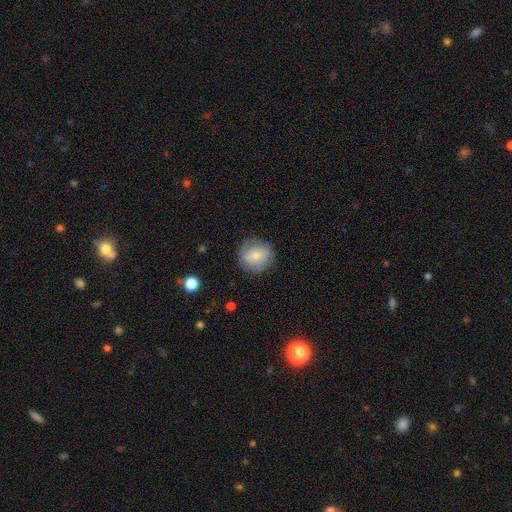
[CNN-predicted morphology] Smooth or featured: smooth — 71% (featured or disk — 21%)
How rounded: round — 88% (in between — 11%)
Merging: none — 80% (minor disturbance — 14%)